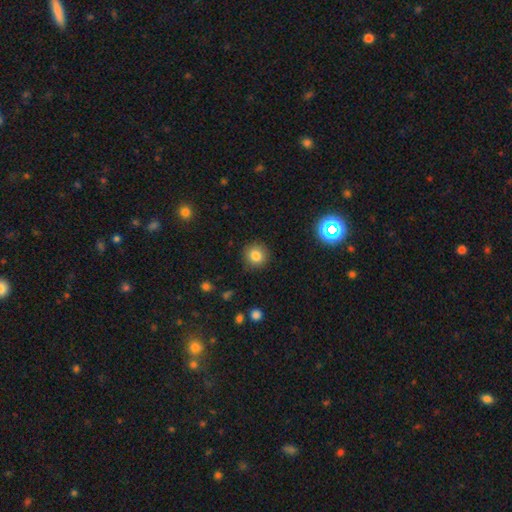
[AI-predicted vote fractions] Smooth or featured?
  - smooth: 82% *
  - star or artifact: 12%
  - featured or disk: 6%
How rounded?
  - round: 92% *
  - in between: 7%
  - cigar-shaped: 1%
Merging?
  - none: 89% *
  - minor disturbance: 7%
  - major disturbance: 2%
  - merger: 1%